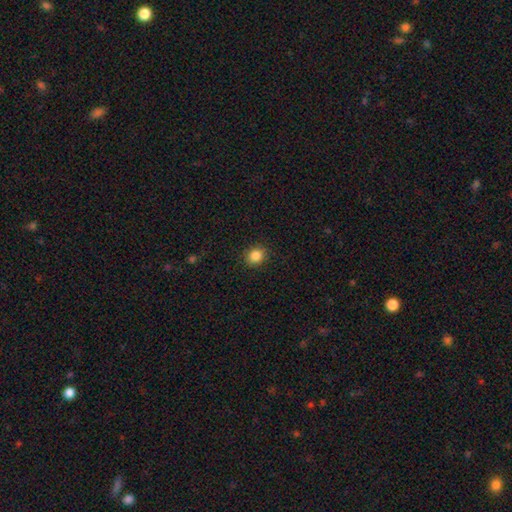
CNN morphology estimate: Smooth or featured? smooth (86%)
How rounded? round (77%)
Merging? none (90%)